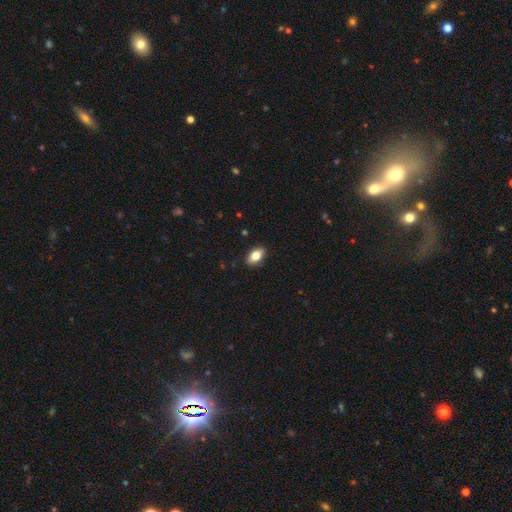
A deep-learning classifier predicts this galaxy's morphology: Smooth or featured?
  - smooth: 80% *
  - featured or disk: 13%
  - star or artifact: 7%
How rounded?
  - in between: 90% *
  - round: 6%
  - cigar-shaped: 4%
Merging?
  - none: 89% *
  - minor disturbance: 8%
  - major disturbance: 2%
  - merger: 1%